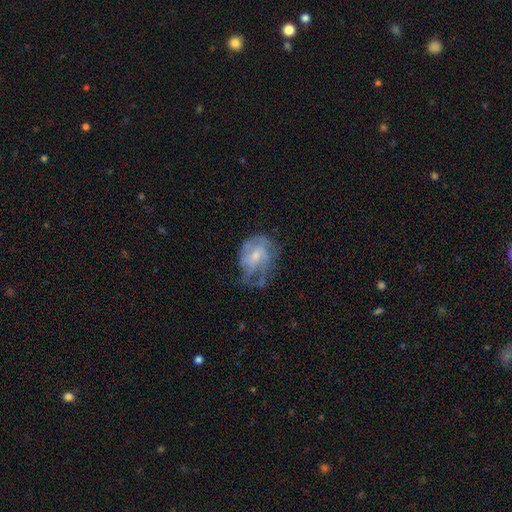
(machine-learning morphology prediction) featured or disk 70%, smooth 22%, star or artifact 8%. Down the decision tree: edge-on disk — no (98%); bar — no (54%); spiral arms — yes (75%); spiral arm count — can't tell (40%); spiral winding — medium (41%); bulge size — small (55%); merging — none (41%).